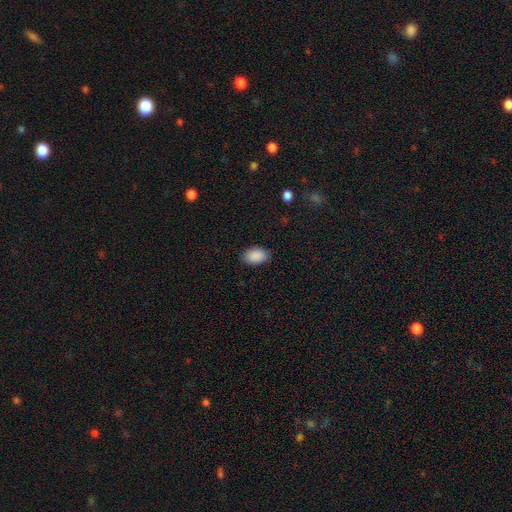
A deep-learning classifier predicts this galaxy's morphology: type=smooth (90%); roundness=in between (90%); merging=none (86%).